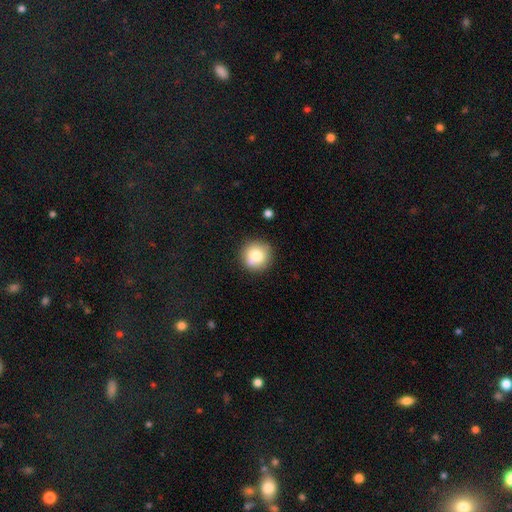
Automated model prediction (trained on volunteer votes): This is likely a smooth galaxy (78%). How rounded: clearly round (94%). Merging: likely none (79%).